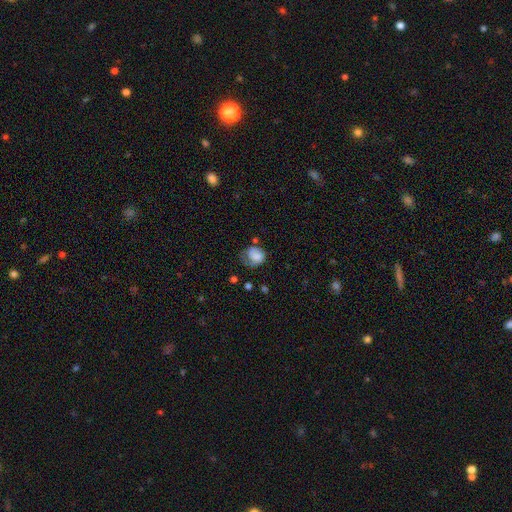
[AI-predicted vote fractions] This is possibly a smooth galaxy (54%). How rounded: likely round (63%). Merging: marginally none (42%).